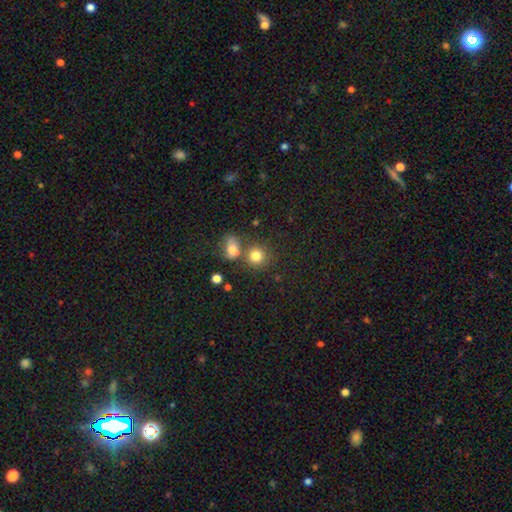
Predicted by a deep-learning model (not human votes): Smooth or featured? smooth (79%)
How rounded? round (84%)
Merging? none (59%)